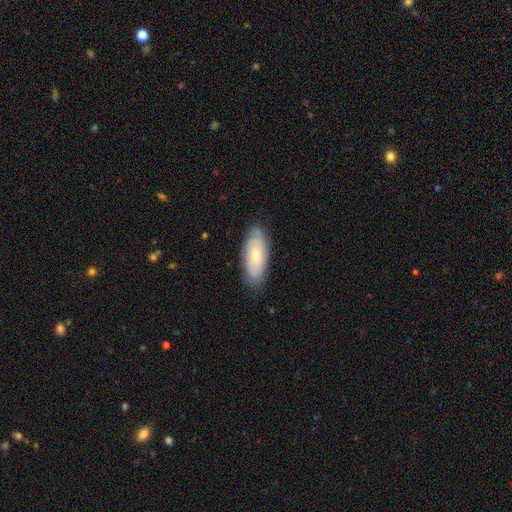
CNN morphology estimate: smooth 49%, featured or disk 45%, star or artifact 7%. Down the decision tree: merging — none (78%).